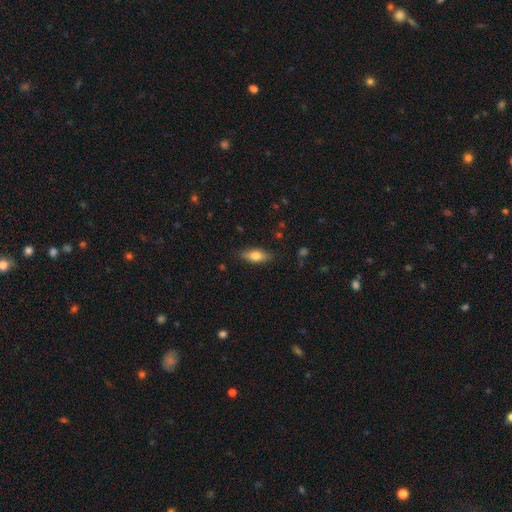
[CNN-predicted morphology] Q: Smooth or featured?
A: smooth (73%); runner-up: featured or disk (20%)
Q: How rounded?
A: in between (74%); runner-up: cigar-shaped (23%)
Q: Merging?
A: none (84%); runner-up: minor disturbance (12%)